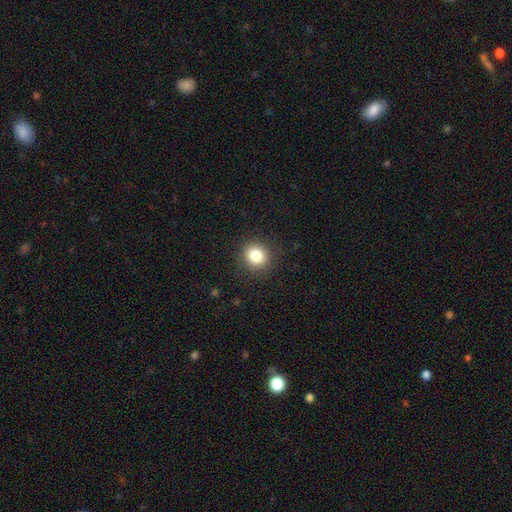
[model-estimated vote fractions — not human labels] Smooth or featured? smooth (82%)
How rounded? round (89%)
Merging? none (90%)